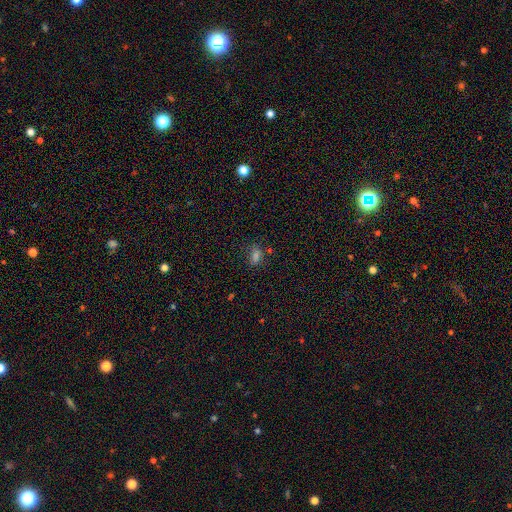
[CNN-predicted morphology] This is likely a smooth galaxy (69%). How rounded: likely in between (76%). Merging: likely none (70%).